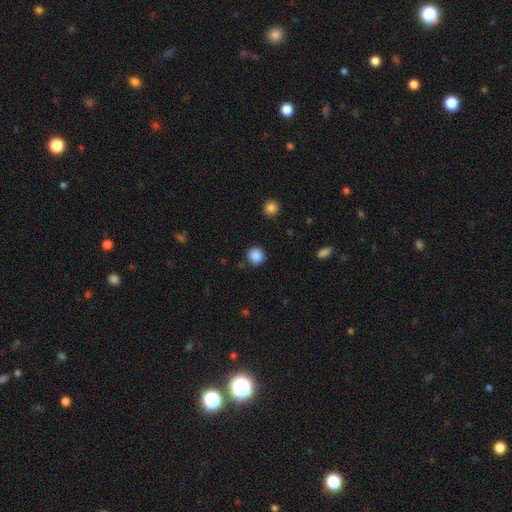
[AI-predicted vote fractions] Overall: smooth (88%). How rounded: round (88%). Merging: none (88%).